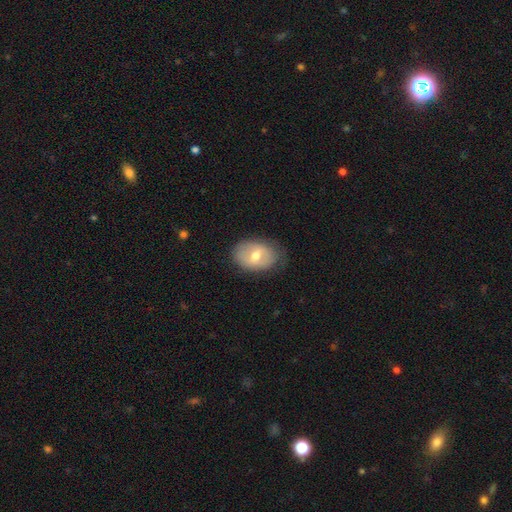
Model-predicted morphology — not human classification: Smooth or featured? smooth (56%)
How rounded? in between (82%)
Merging? none (73%)